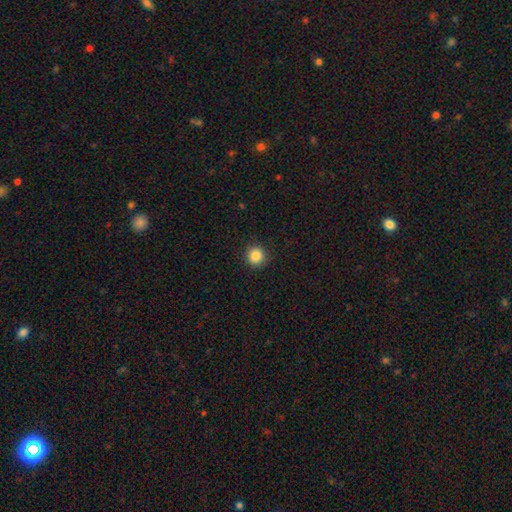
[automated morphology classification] Smooth or featured? Predicted: smooth (p=0.86). How rounded? Predicted: round (p=0.94). Merging? Predicted: none (p=0.92).